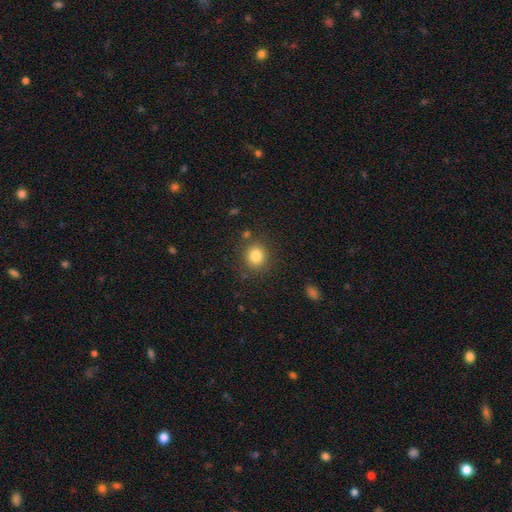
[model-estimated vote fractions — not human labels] Morphology: type=smooth (83%); roundness=round (82%); merging=none (85%).